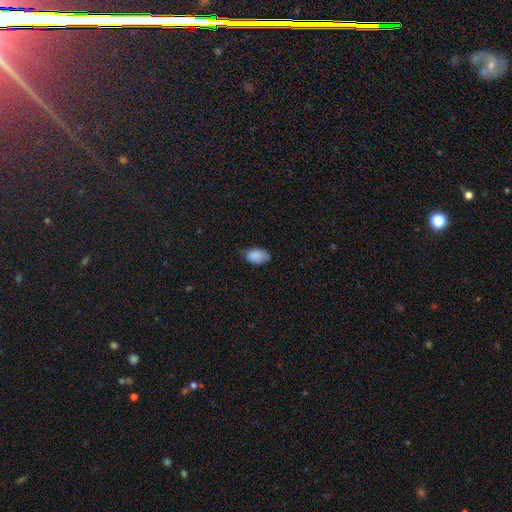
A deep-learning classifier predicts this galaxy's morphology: This appears to be a smooth galaxy with no disk features (86%) that is in between round and cigar-shaped (90%). Merging: none (57%).